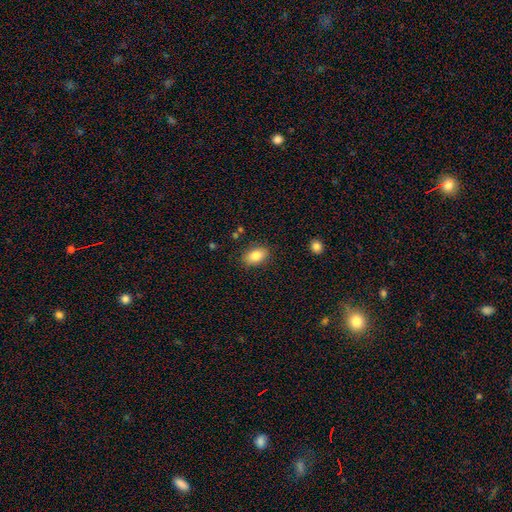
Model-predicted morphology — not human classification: smooth_or_featured: smooth (p=0.83) [alt: featured or disk p=0.09]
how_rounded: in between (p=0.87) [alt: round p=0.11]
merging: none (p=0.86) [alt: minor disturbance p=0.10]